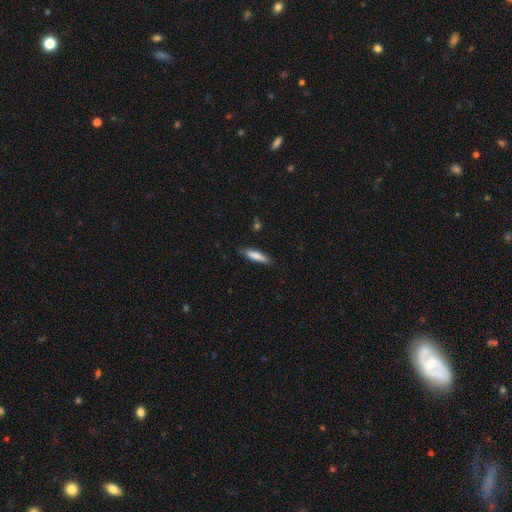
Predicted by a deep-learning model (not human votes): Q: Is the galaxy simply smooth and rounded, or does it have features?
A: smooth — 82%.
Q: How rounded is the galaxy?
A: cigar-shaped — 73%.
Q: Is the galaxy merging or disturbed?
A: none — 83%.